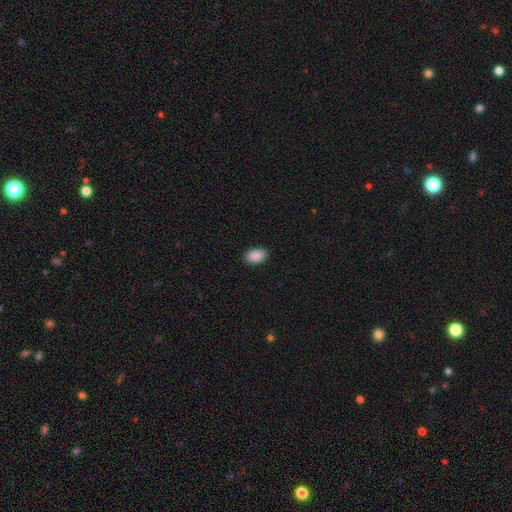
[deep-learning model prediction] This appears to be a smooth galaxy with no disk features (90%) that is in between round and cigar-shaped (92%). Merging: none (89%).